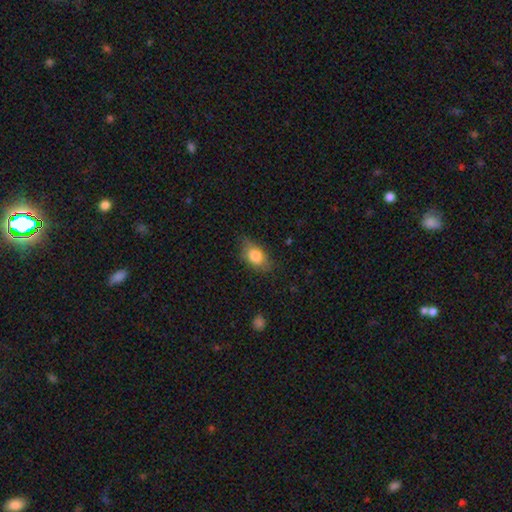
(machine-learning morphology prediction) A smooth galaxy with no disk features (80%) that is in between round and cigar-shaped (81%). Merging: none (72%).